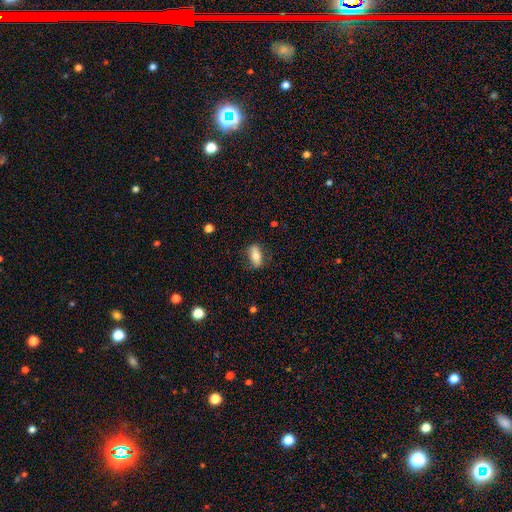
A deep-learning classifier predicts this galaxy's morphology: Q: Smooth or featured?
A: smooth (68%); runner-up: featured or disk (25%)
Q: How rounded?
A: in between (76%); runner-up: cigar-shaped (19%)
Q: Merging?
A: none (73%); runner-up: minor disturbance (19%)